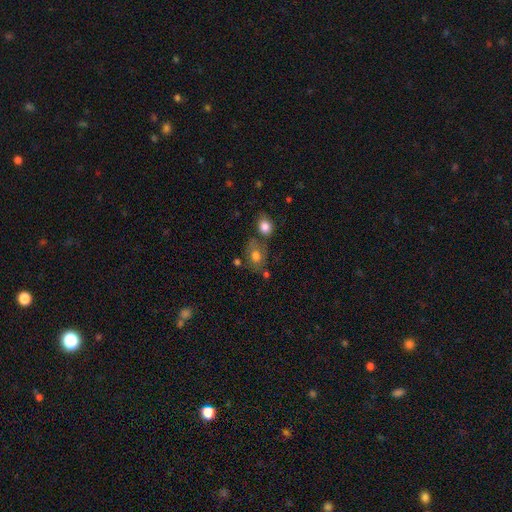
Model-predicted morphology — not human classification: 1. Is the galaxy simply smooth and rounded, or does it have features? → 71% smooth, 19% featured or disk, 10% star or artifact.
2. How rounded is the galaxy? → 65% in between, 34% round, 1% cigar-shaped.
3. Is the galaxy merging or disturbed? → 55% none, 21% merger, 18% minor disturbance, 7% major disturbance.